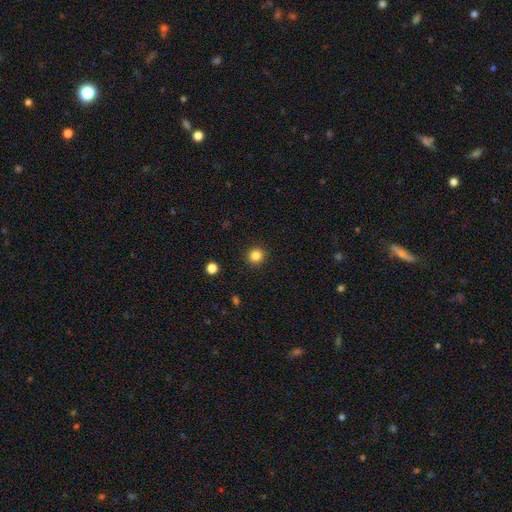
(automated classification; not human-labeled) smooth_or_featured: smooth (p=0.84) [alt: star or artifact p=0.12]
how_rounded: round (p=0.89) [alt: in between p=0.10]
merging: none (p=0.92) [alt: minor disturbance p=0.05]